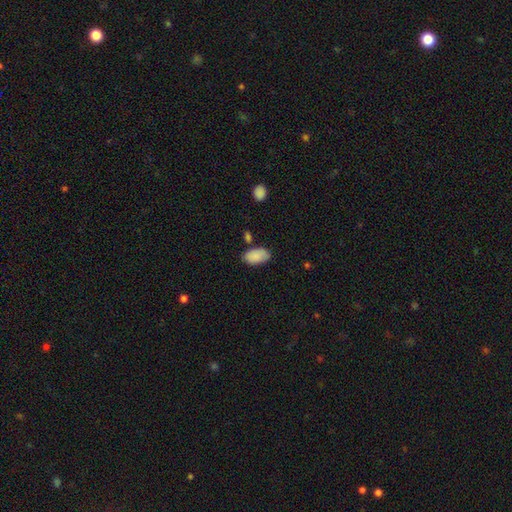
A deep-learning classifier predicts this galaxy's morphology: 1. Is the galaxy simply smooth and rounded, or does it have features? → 87% smooth, 7% star or artifact, 6% featured or disk.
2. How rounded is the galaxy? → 95% in between, 4% round, 2% cigar-shaped.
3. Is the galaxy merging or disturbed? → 69% none, 21% minor disturbance, 6% merger, 4% major disturbance.